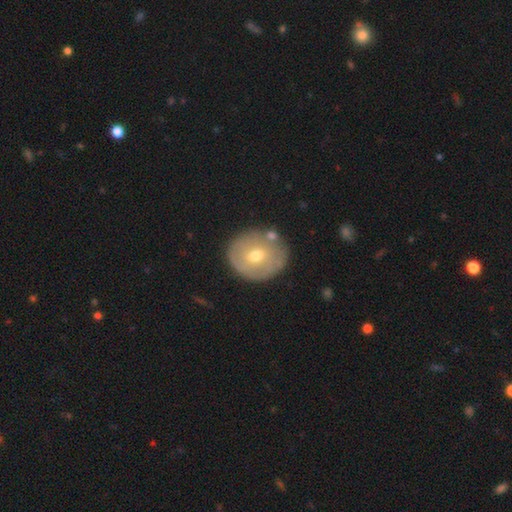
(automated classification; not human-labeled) This appears to be a smooth galaxy with no disk features (48%). Merging: none (73%).